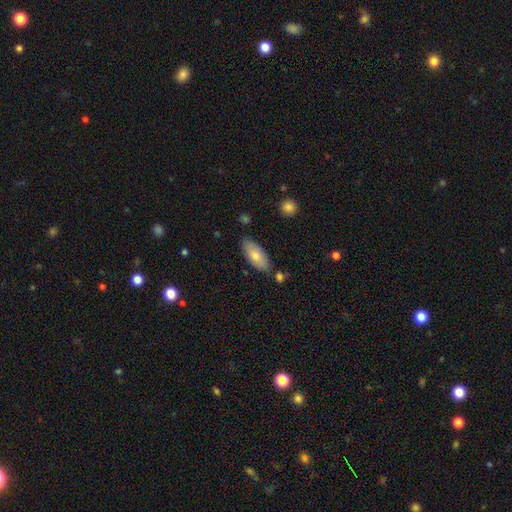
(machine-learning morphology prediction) smooth 78%, featured or disk 17%, star or artifact 6%. Down the decision tree: how rounded — in between (84%); merging — none (79%).